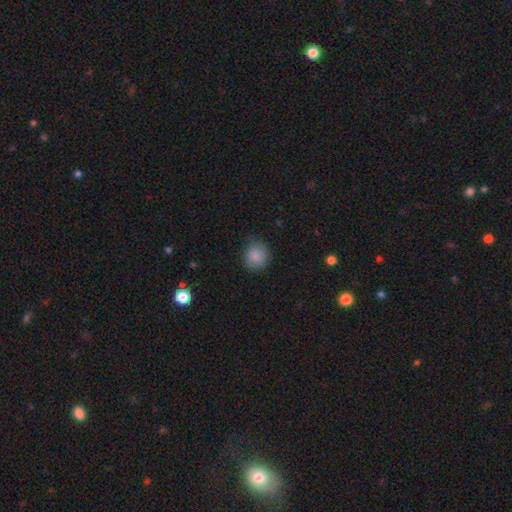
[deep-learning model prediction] The model was most divided on "merging": none: 77%, minor disturbance: 18%, major disturbance: 4%, merger: 1%. More confident: smooth or featured — smooth (87%); how rounded — round (81%).